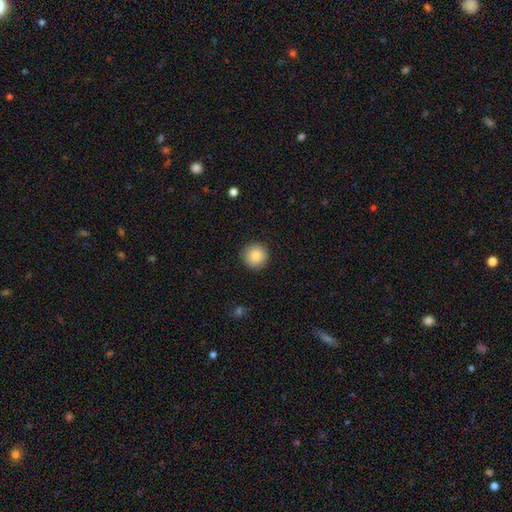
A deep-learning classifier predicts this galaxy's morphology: smooth 85%, star or artifact 8%, featured or disk 7%. Down the decision tree: how rounded — round (95%); merging — none (90%).